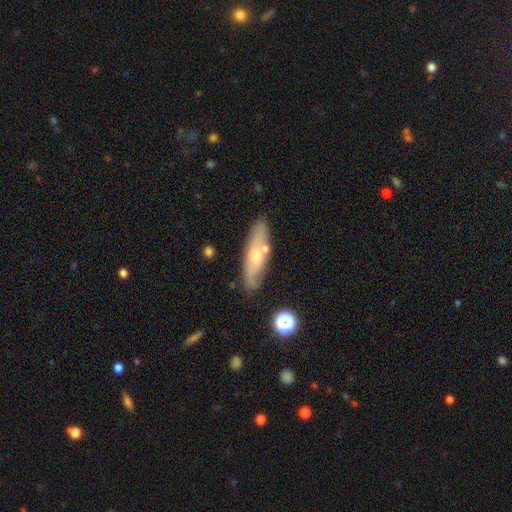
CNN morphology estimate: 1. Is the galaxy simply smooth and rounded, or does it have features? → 49% smooth, 44% featured or disk, 7% star or artifact.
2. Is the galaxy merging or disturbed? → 76% none, 15% minor disturbance, 6% merger, 3% major disturbance.